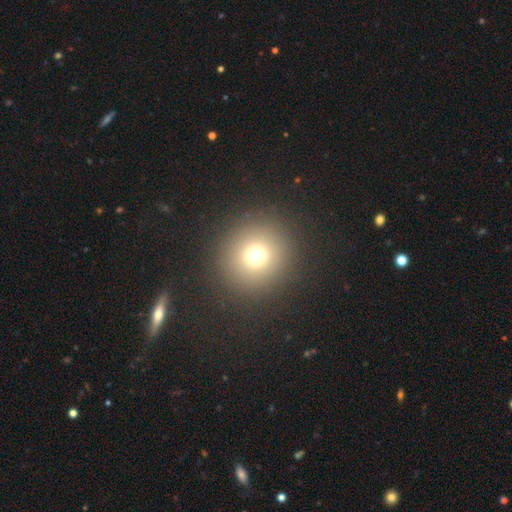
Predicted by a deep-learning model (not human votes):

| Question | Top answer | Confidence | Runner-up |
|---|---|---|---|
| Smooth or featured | smooth | 70% | star or artifact (20%) |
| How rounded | round | 93% | in between (6%) |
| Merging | none | 90% | minor disturbance (5%) |